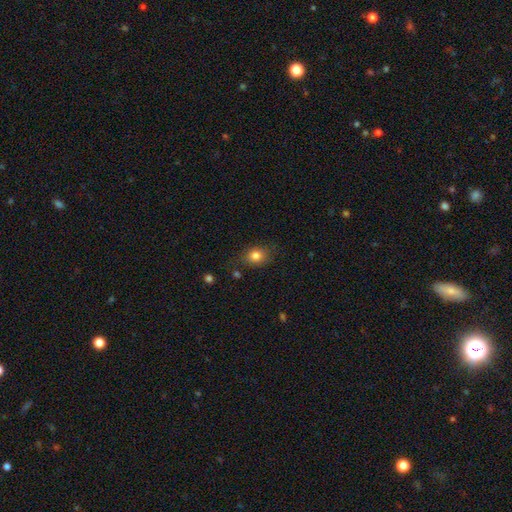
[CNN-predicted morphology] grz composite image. It shows a smooth galaxy with no disk features (82%) that is round (53%). Merging: none (79%).